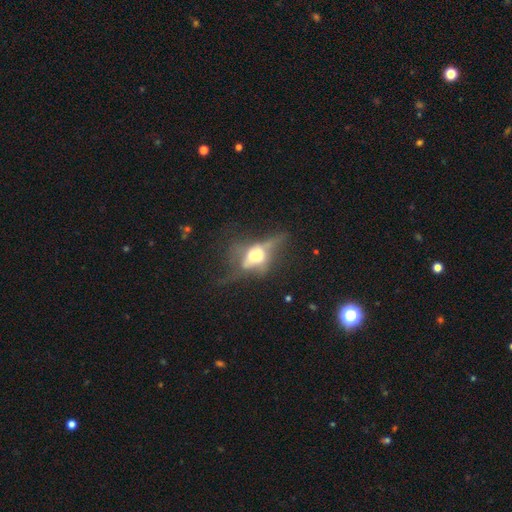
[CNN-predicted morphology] A featured or disk galaxy (57%). Merging: major disturbance (45%).